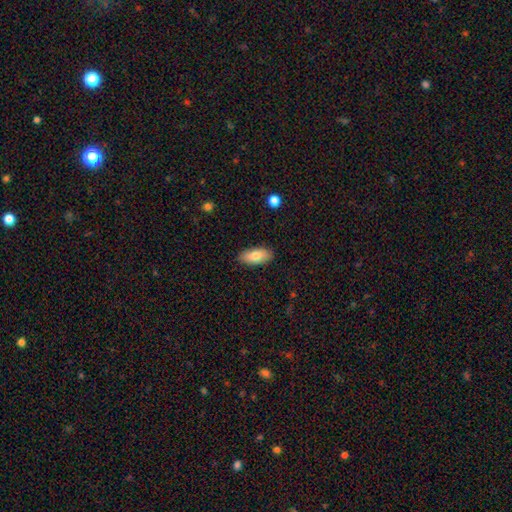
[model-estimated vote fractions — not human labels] Smooth or featured? smooth (80%)
How rounded? in between (89%)
Merging? none (87%)